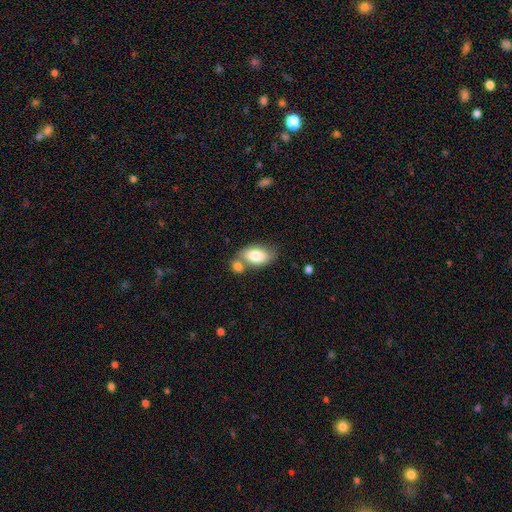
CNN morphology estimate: smooth 77%, featured or disk 16%, star or artifact 6%. Down the decision tree: how rounded — in between (91%); merging — none (47%).